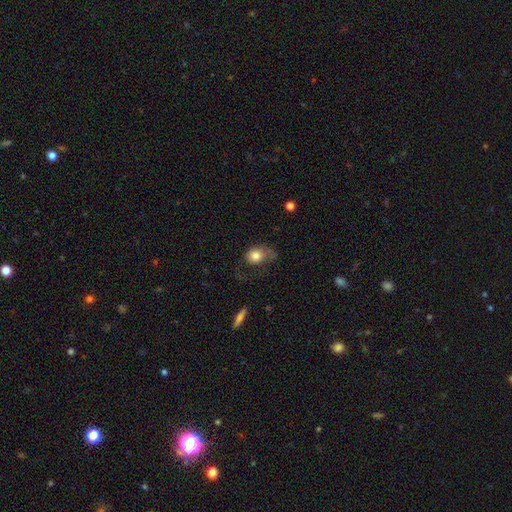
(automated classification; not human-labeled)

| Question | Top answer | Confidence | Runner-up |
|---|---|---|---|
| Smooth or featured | smooth | 76% | featured or disk (16%) |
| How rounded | round | 50% | in between (48%) |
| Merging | major disturbance | 37% | none (34%) |